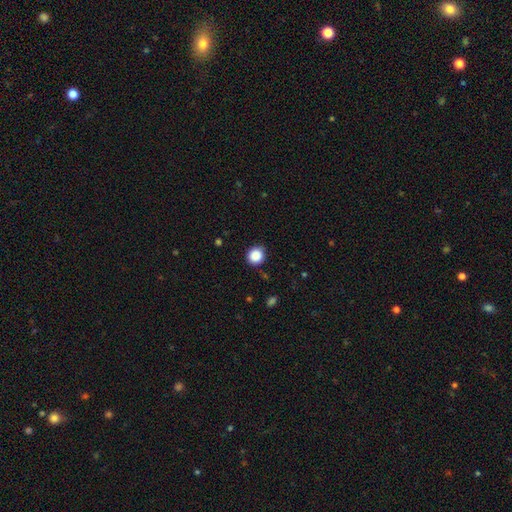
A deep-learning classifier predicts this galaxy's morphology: Smooth or featured: smooth — 87% (star or artifact — 10%)
How rounded: round — 90% (in between — 9%)
Merging: none — 86% (minor disturbance — 10%)